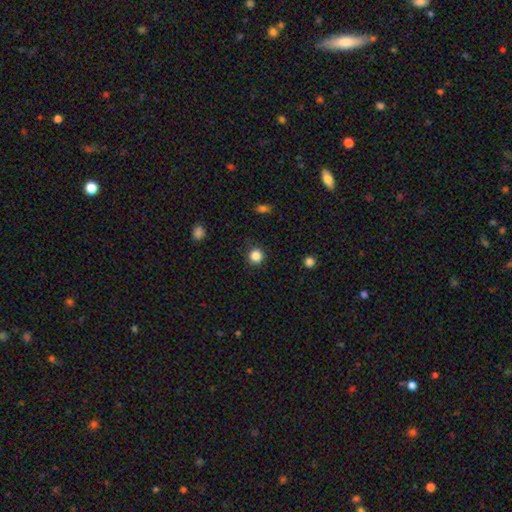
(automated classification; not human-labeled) Smooth or featured: smooth — 85% (star or artifact — 12%)
How rounded: round — 94% (in between — 5%)
Merging: none — 90% (minor disturbance — 7%)